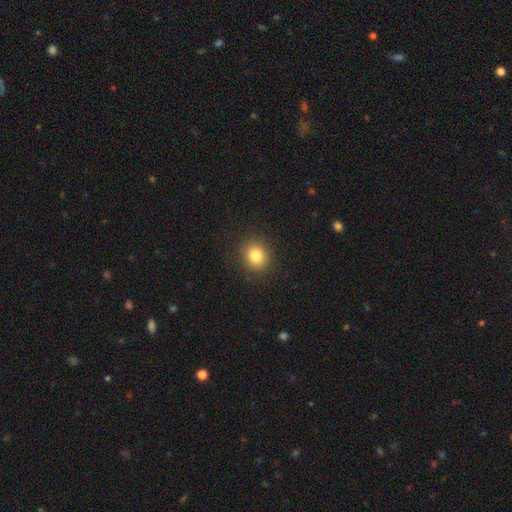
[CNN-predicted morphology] Q: Smooth or featured?
A: smooth (82%); runner-up: star or artifact (11%)
Q: How rounded?
A: round (80%); runner-up: in between (19%)
Q: Merging?
A: none (90%); runner-up: minor disturbance (7%)